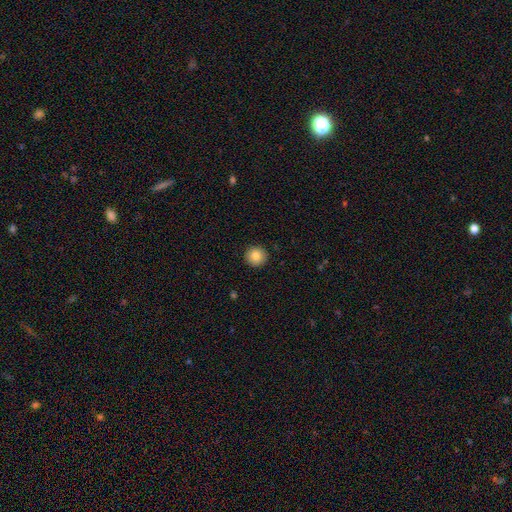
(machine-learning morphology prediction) This appears to be a smooth galaxy with no disk features (84%) that is round (95%). Merging: none (92%).